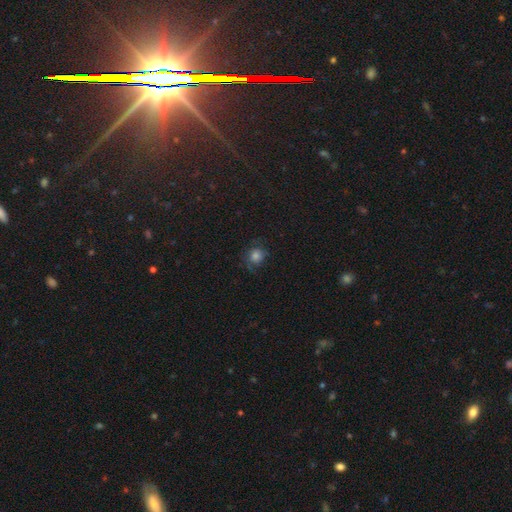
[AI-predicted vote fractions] This appears to be a smooth galaxy with no disk features (70%) that is round (83%). Merging: none (69%).